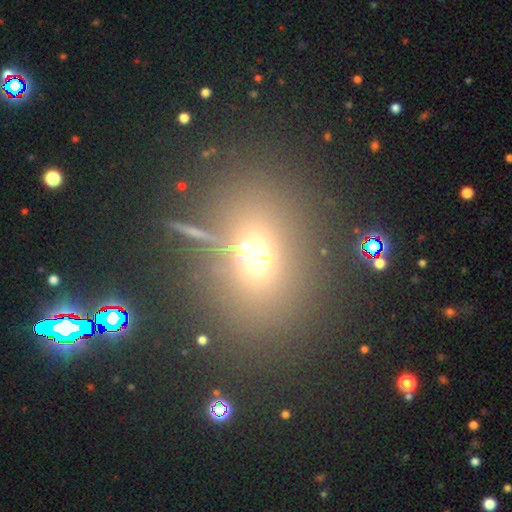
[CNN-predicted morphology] Overall: smooth (63%; star or artifact 23%). How rounded: in between (57%; round 40%). Merging: none (67%).